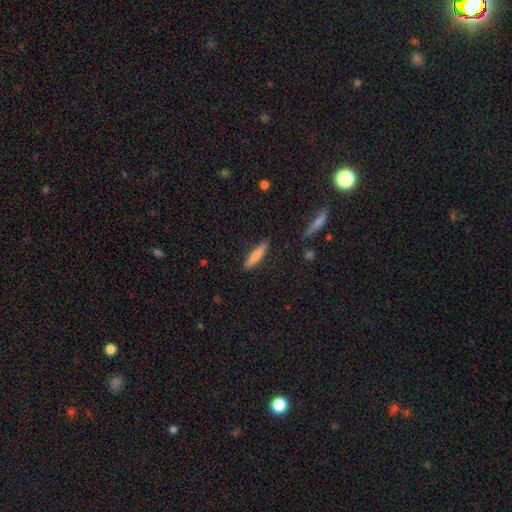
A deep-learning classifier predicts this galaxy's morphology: Smooth or featured: smooth — 76% (featured or disk — 17%)
How rounded: cigar-shaped — 81% (in between — 17%)
Merging: none — 87% (minor disturbance — 9%)